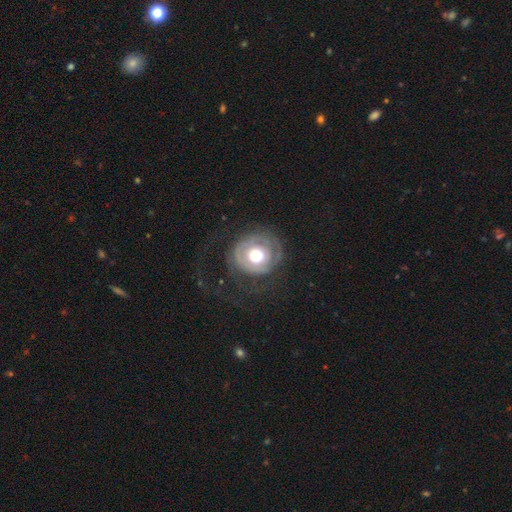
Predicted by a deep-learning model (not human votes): This is likely a featured or disk galaxy (61%). It is clearly not viewed edge-on (97%). Bar: clearly no (87%). Spiral arm pattern: possibly yes (53%). Central bulge: marginally large (44%, tied with moderate). Merging: possibly none (57%).